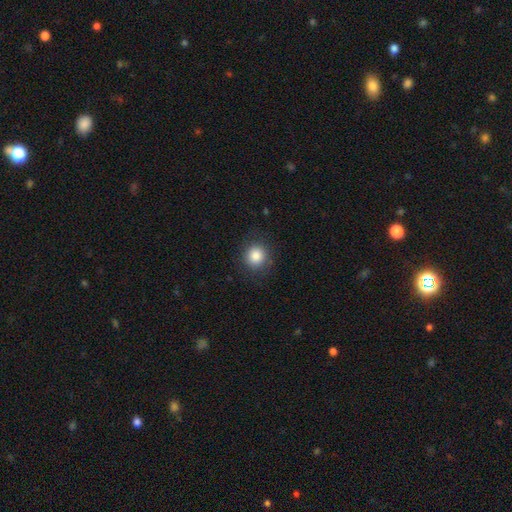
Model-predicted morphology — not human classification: Smooth or featured? smooth (84%)
How rounded? round (87%)
Merging? none (86%)